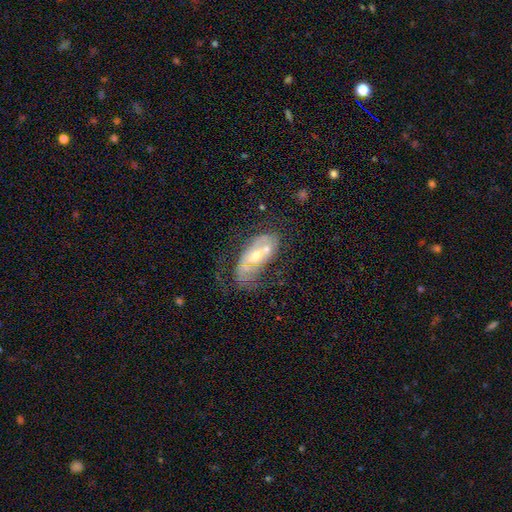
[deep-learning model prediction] smooth_or_featured: featured or disk (p=0.69) [alt: smooth p=0.23]
disk_edge_on: no (p=0.91) [alt: yes p=0.09]
bar: no (p=0.62) [alt: weak p=0.28]
has_spiral_arms: yes (p=0.66) [alt: no p=0.34]
bulge_size: moderate (p=0.55) [alt: small p=0.39]
merging: none (p=0.37) [alt: minor disturbance p=0.23]